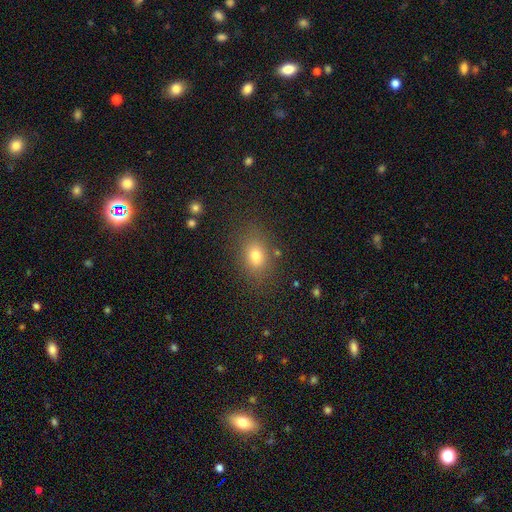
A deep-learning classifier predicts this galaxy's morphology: A smooth galaxy with no disk features (77%) that is in between round and cigar-shaped (72%).

Vote fractions:
- Smooth or featured? smooth: 77% / star or artifact: 13% / featured or disk: 10%
- How rounded? in between: 72% / round: 26% / cigar-shaped: 2%
- Merging? none: 81% / minor disturbance: 12% / major disturbance: 4% / merger: 3%